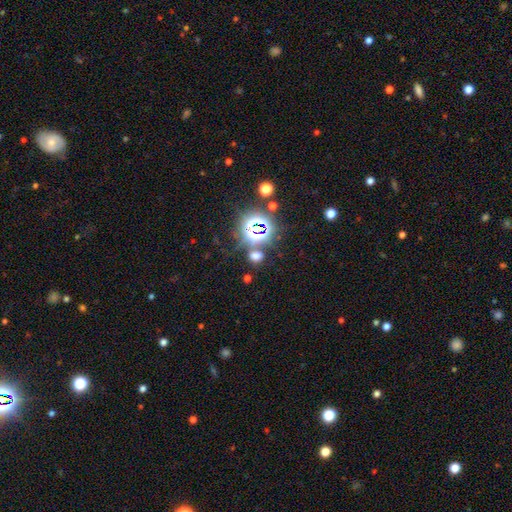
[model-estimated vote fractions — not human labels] A star or artifact, not a galaxy (47%).